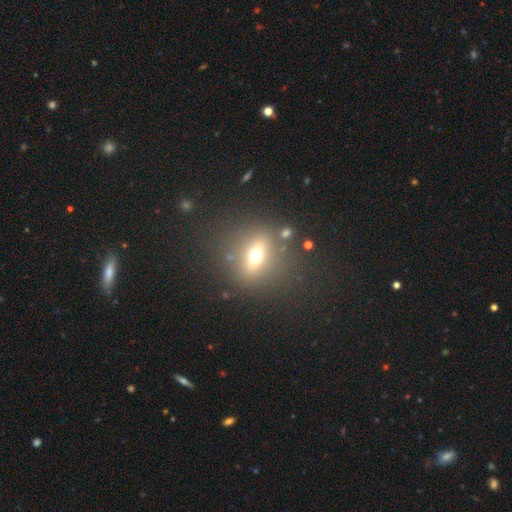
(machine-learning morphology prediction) smooth 56%, featured or disk 25%, star or artifact 19%. Down the decision tree: how rounded — round (55%); merging — none (78%).